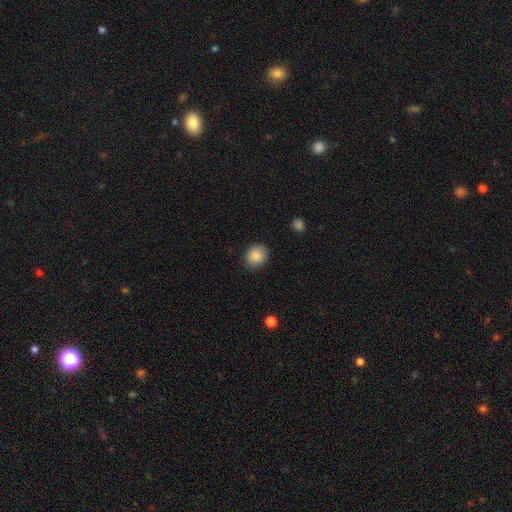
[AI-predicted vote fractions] Overall: smooth (88%). How rounded: round (71%). Merging: none (86%).